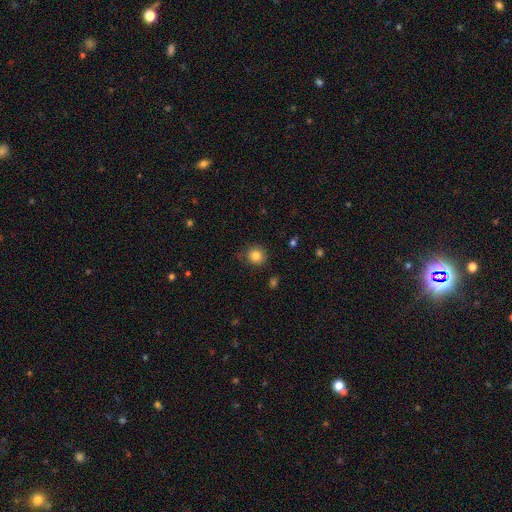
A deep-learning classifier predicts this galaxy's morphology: smooth-or-featured: smooth: 84% | star or artifact: 11% | featured or disk: 5%
  how-rounded: round: 90% | in between: 9% | cigar-shaped: 1%
  merging: none: 82% | minor disturbance: 13% | major disturbance: 3% | merger: 2%